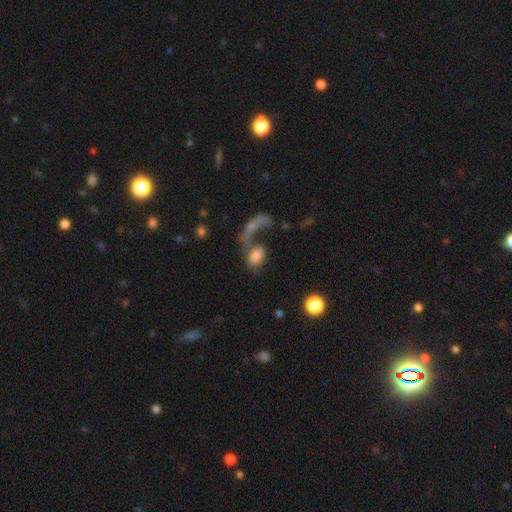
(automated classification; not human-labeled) Overall: smooth (62%; featured or disk 28%). How rounded: in between (82%). Merging: major disturbance (38%; merger 33%).